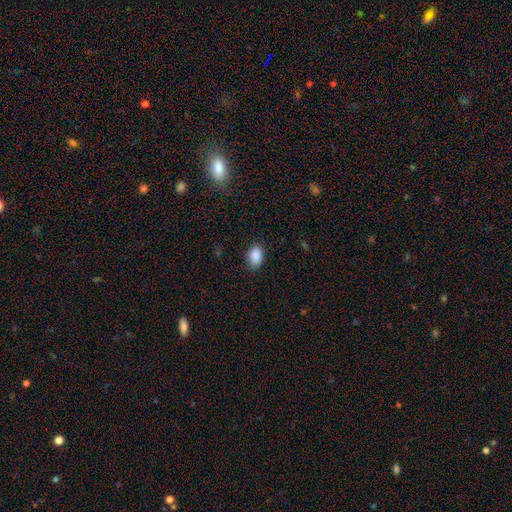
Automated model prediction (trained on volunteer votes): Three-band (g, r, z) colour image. It shows a smooth galaxy with no disk features (89%) that is in between round and cigar-shaped (86%). Merging: none (79%).